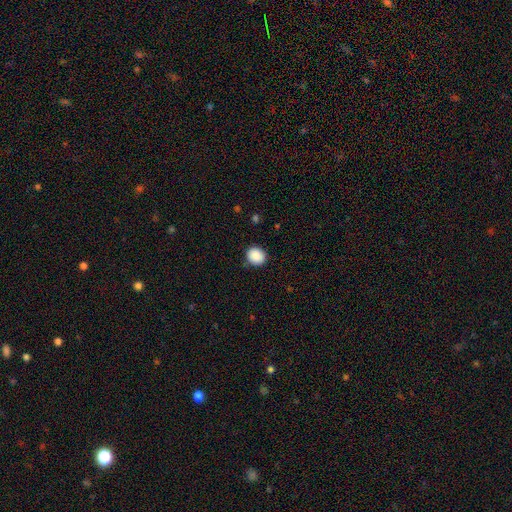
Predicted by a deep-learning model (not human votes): smooth_or_featured: smooth (p=0.89) [alt: star or artifact p=0.08]
how_rounded: round (p=0.77) [alt: in between p=0.22]
merging: none (p=0.87) [alt: minor disturbance p=0.09]